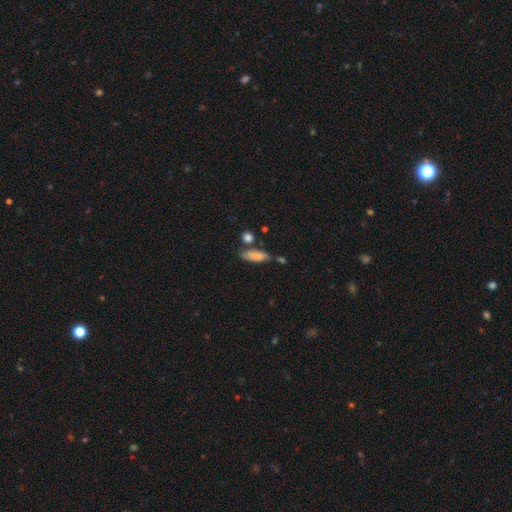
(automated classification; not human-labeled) This is likely a smooth galaxy (77%). How rounded: likely in between (60%). Merging: possibly none (57%).